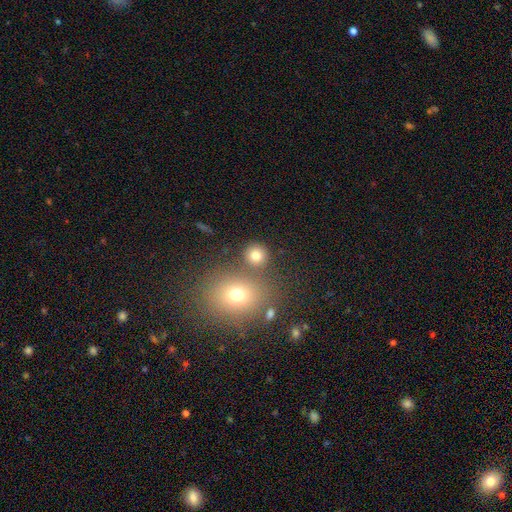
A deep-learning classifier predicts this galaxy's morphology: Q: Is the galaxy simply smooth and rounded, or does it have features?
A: smooth — 77%.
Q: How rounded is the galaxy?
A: round — 87%.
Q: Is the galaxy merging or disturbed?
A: none — 76%.